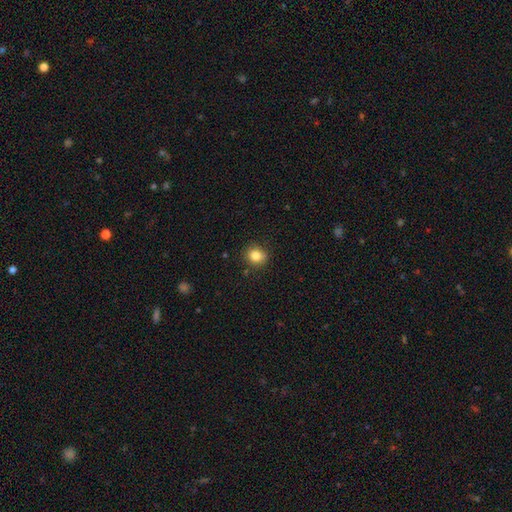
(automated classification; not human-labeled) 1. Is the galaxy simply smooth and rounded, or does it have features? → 83% smooth, 11% star or artifact, 6% featured or disk.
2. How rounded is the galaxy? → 85% round, 14% in between, 1% cigar-shaped.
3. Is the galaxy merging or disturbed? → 84% none, 12% minor disturbance, 3% major disturbance, 2% merger.